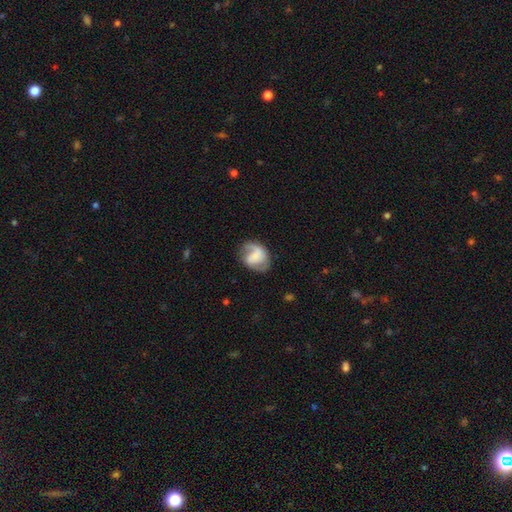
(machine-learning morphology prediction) Smooth or featured?
  - featured or disk: 59% *
  - smooth: 33%
  - star or artifact: 8%
Edge-on disk?
  - no: 97% *
  - yes: 3%
Bar?
  - no: 40% *
  - weak: 39%
  - strong: 21%
Spiral arms?
  - yes: 85% *
  - no: 15%
Bulge size?
  - none: 44% *
  - small: 23%
  - moderate: 16%
  - large: 13%
  - dominant: 4%
Merging?
  - none: 59% *
  - minor disturbance: 24%
  - major disturbance: 15%
  - merger: 2%